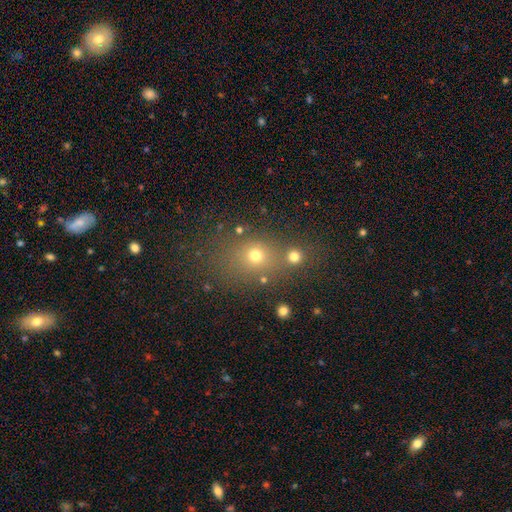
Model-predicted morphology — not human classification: Smooth or featured: smooth — 64% (star or artifact — 23%)
How rounded: round — 58% (in between — 40%)
Merging: none — 57% (merger — 26%)